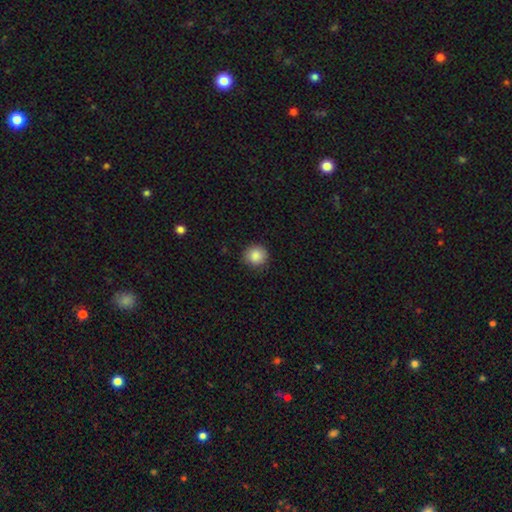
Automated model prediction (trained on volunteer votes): Smooth or featured? smooth (87%)
How rounded? round (93%)
Merging? none (87%)